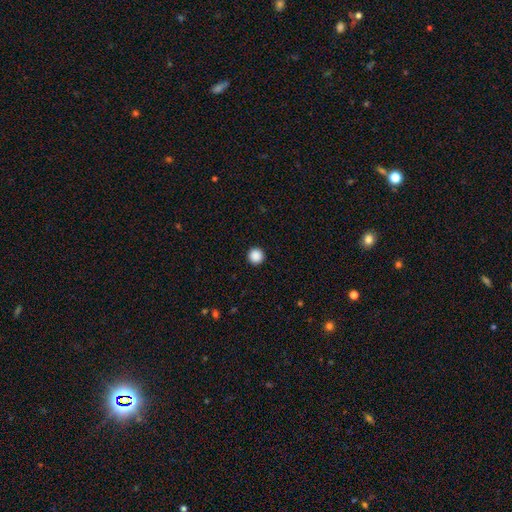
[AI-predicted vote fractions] smooth_or_featured: smooth (p=0.88) [alt: star or artifact p=0.10]
how_rounded: round (p=0.97) [alt: in between p=0.02]
merging: none (p=0.94) [alt: minor disturbance p=0.04]